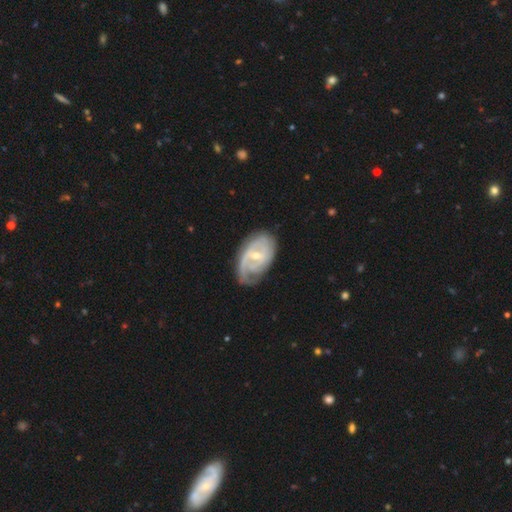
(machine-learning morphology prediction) smooth-or-featured: featured or disk: 84% | smooth: 11% | star or artifact: 5%
  disk-edge-on: no: 96% | yes: 4%
    bar: weak: 54% | no: 26% | strong: 20%
    has-spiral-arms: yes: 93% | no: 7%
      spiral-winding: tight: 52% | medium: 35% | loose: 13%
      spiral-arm-count: 2: 46% | can't tell: 25% | 1: 13% | 3: 11% | 4: 3% | more than 4: 3%
    bulge-size: small: 56% | moderate: 41% | none: 1% | large: 1% | dominant: 1%
  merging: none: 62% | minor disturbance: 25% | major disturbance: 11% | merger: 2%